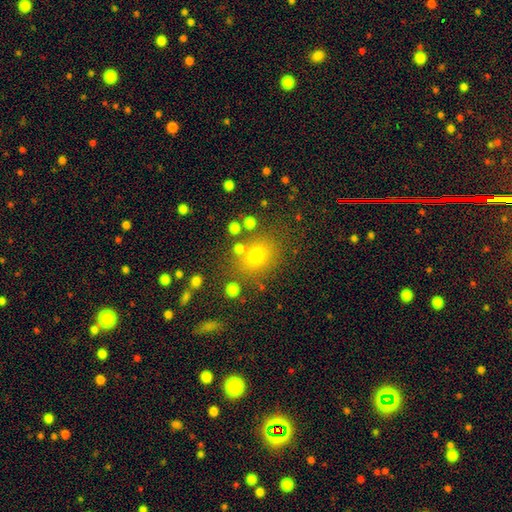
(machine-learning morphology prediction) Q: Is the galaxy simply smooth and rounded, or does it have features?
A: smooth — 70%.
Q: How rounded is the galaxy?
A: round — 68%.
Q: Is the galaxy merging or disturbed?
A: none — 75%.